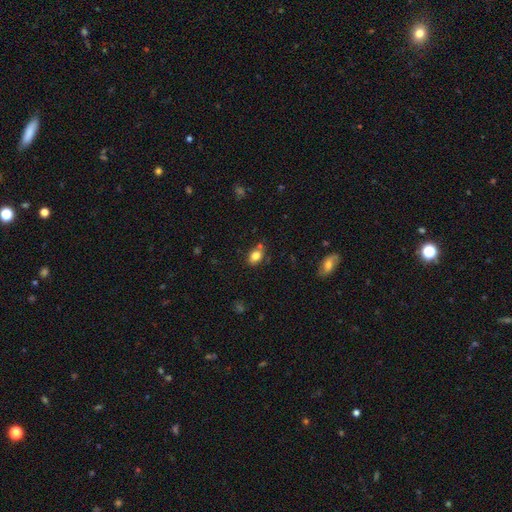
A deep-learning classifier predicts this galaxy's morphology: The model was most divided on "how rounded": in between: 72%, round: 27%, cigar-shaped: 1%. More confident: smooth or featured — smooth (81%); merging — none (70%).